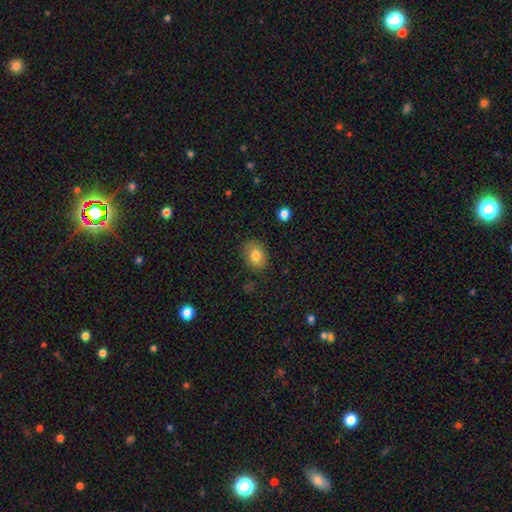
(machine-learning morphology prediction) This appears to be a smooth galaxy with no disk features (82%) that is in between round and cigar-shaped (63%). Merging: none (83%).